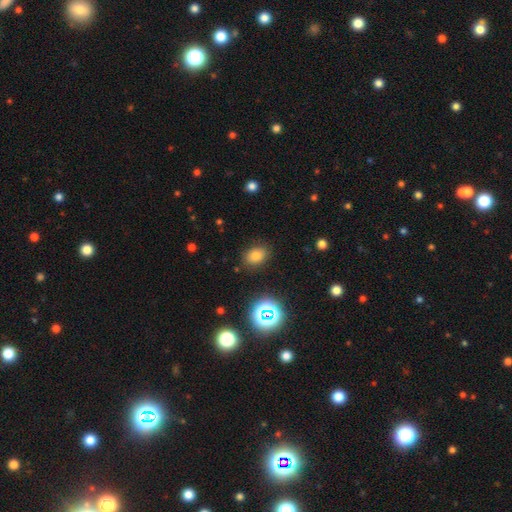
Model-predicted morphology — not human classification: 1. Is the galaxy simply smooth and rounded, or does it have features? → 75% smooth, 18% star or artifact, 7% featured or disk.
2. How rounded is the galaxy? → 71% in between, 28% round, 1% cigar-shaped.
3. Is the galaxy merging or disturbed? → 85% none, 10% minor disturbance, 3% major disturbance, 2% merger.